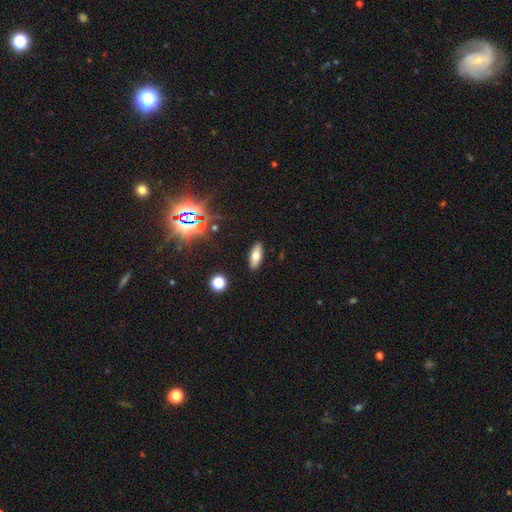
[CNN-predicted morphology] A smooth galaxy with no disk features (69%) that is in between round and cigar-shaped (74%).

Vote fractions:
- Smooth or featured? smooth: 69% / featured or disk: 19% / star or artifact: 12%
- How rounded? in between: 74% / cigar-shaped: 23% / round: 3%
- Merging? none: 89% / minor disturbance: 7% / major disturbance: 2% / merger: 1%